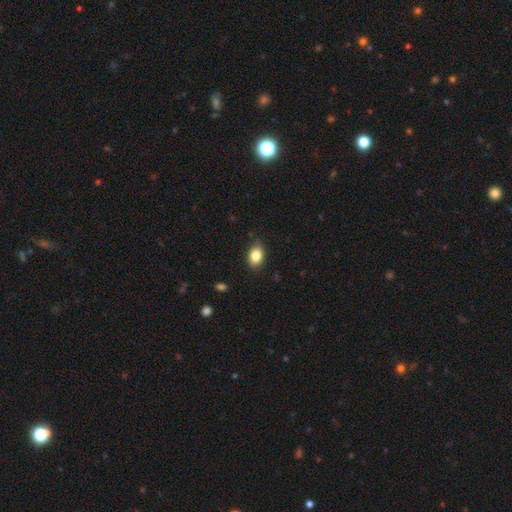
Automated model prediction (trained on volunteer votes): Q: Smooth or featured?
A: smooth (84%); runner-up: star or artifact (9%)
Q: How rounded?
A: in between (77%); runner-up: round (22%)
Q: Merging?
A: none (82%); runner-up: minor disturbance (14%)